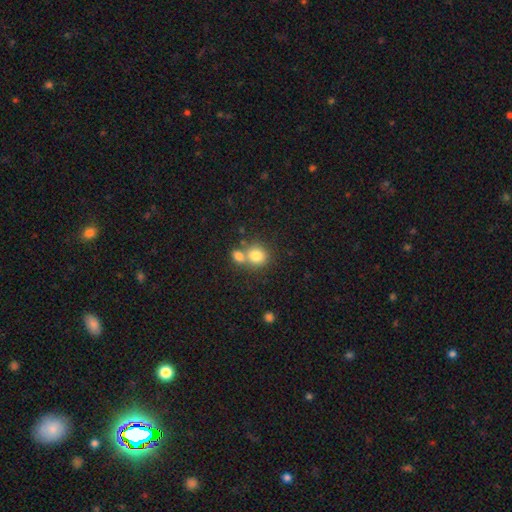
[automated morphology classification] smooth_or_featured: smooth (p=0.80) [alt: star or artifact p=0.10]
how_rounded: round (p=0.80) [alt: in between p=0.19]
merging: merger (p=0.45) [alt: none p=0.44]